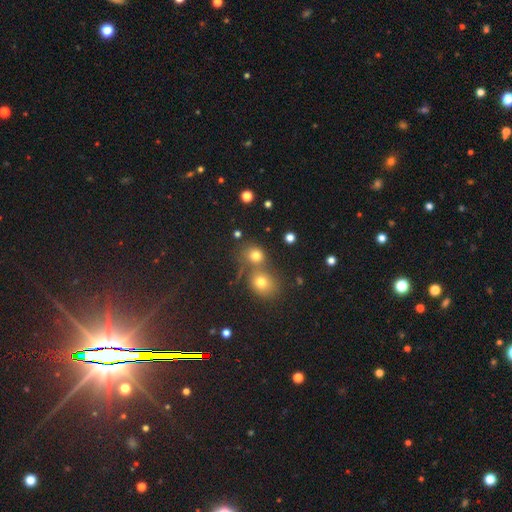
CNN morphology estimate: type=smooth (74%); roundness=round (76%); merging=none (50%).